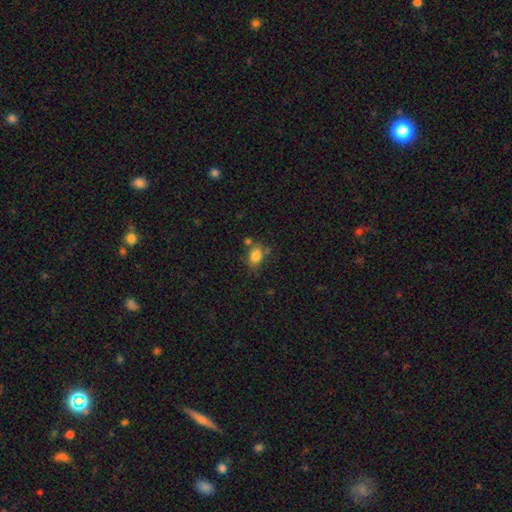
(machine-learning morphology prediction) Smooth or featured? smooth (83%)
How rounded? in between (68%)
Merging? none (63%)